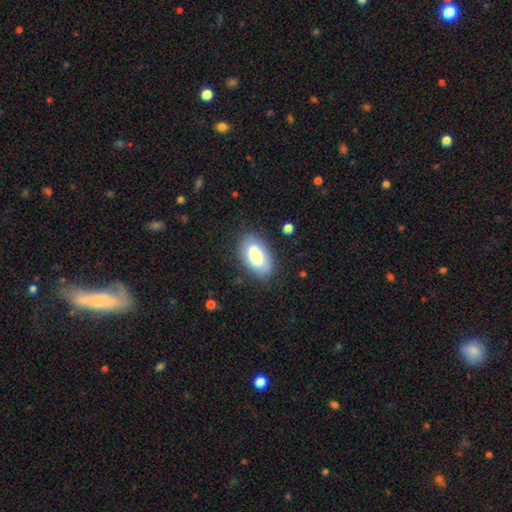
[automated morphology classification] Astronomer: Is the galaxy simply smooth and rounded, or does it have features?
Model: smooth — 81%.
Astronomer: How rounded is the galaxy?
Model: in between — 94%.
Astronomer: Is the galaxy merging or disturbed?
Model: none — 80%.